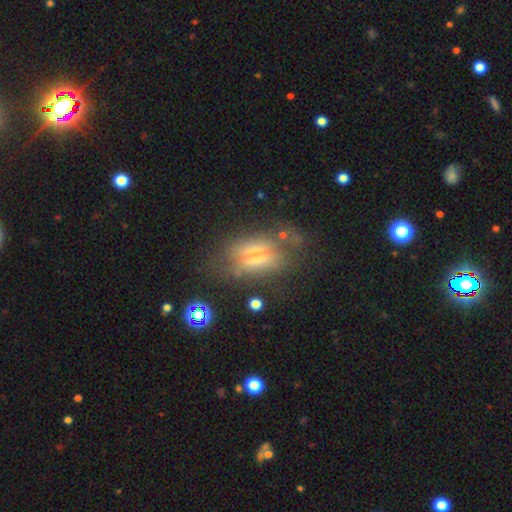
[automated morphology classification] This appears to be a featured or disk galaxy (49%). Merging: none (44%).